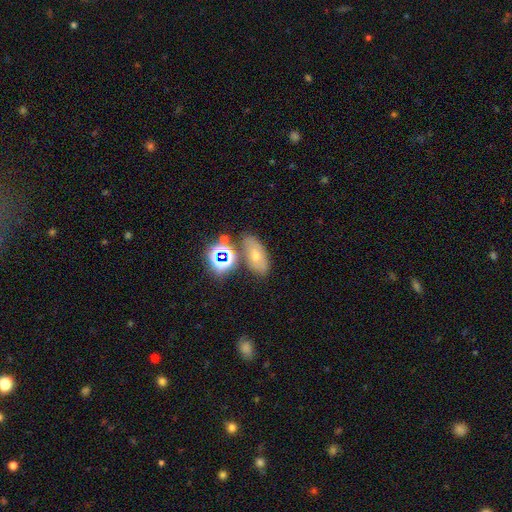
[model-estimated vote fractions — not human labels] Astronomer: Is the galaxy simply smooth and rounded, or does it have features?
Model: smooth — 39% (runner-up: star or artifact, 34%).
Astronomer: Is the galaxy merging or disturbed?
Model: none — 73%.